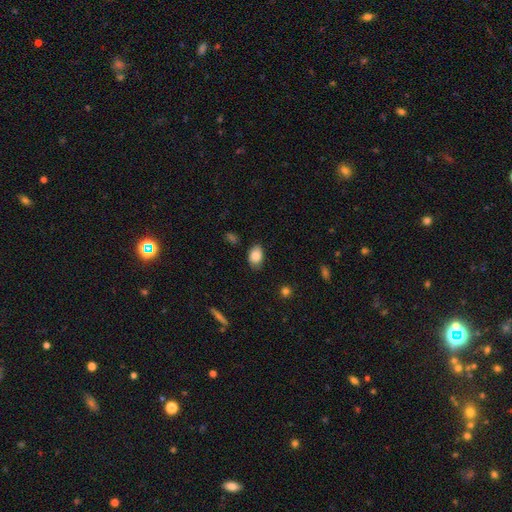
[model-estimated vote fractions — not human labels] smooth 86%, star or artifact 8%, featured or disk 6%. Down the decision tree: how rounded — in between (83%); merging — none (74%).